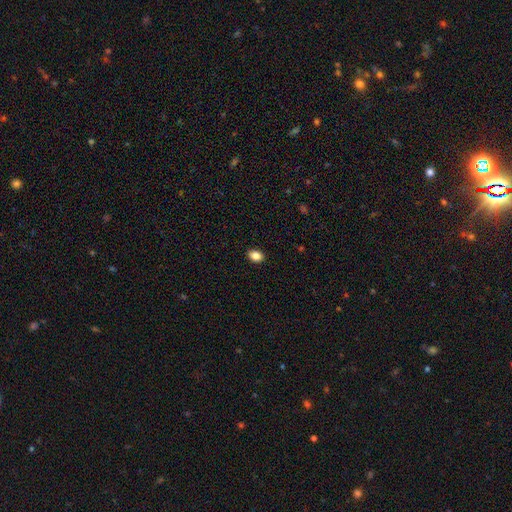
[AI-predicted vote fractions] Smooth or featured?
  - smooth: 86% *
  - star or artifact: 9%
  - featured or disk: 5%
How rounded?
  - in between: 76% *
  - round: 23%
  - cigar-shaped: 1%
Merging?
  - none: 90% *
  - minor disturbance: 7%
  - major disturbance: 2%
  - merger: 1%